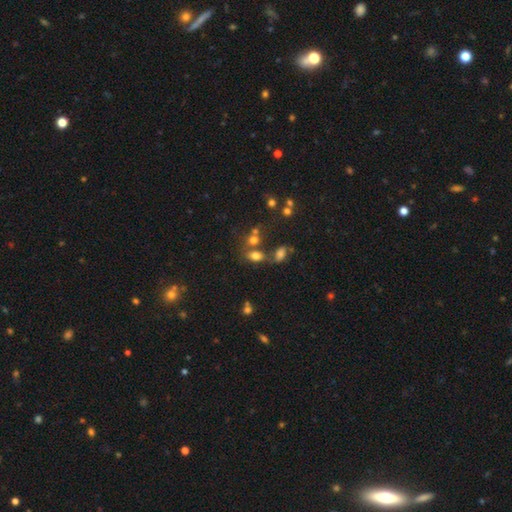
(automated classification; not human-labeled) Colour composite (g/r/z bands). It shows a smooth galaxy with no disk features (73%) that is in between round and cigar-shaped (78%). Merging: none (53%).